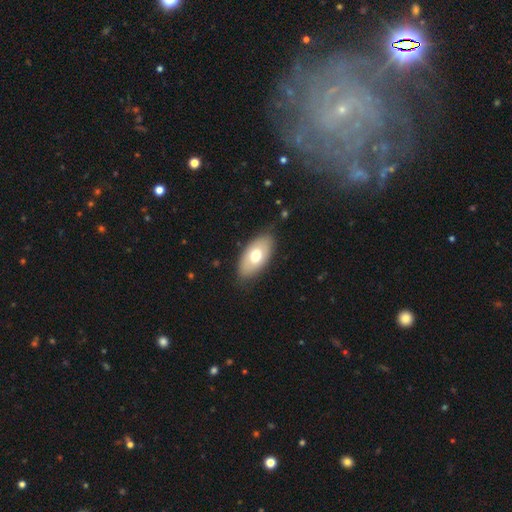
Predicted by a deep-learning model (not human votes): This is likely a smooth galaxy (67%). How rounded: clearly in between (93%). Merging: clearly none (83%).